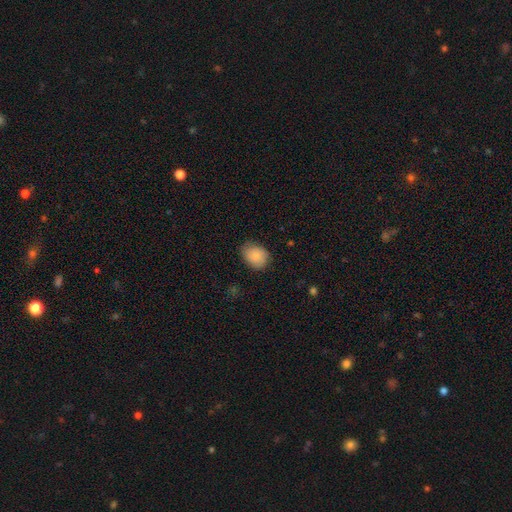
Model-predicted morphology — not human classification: Smooth or featured: smooth — 85% (featured or disk — 8%)
How rounded: in between — 50% (round — 49%)
Merging: none — 74% (minor disturbance — 21%)